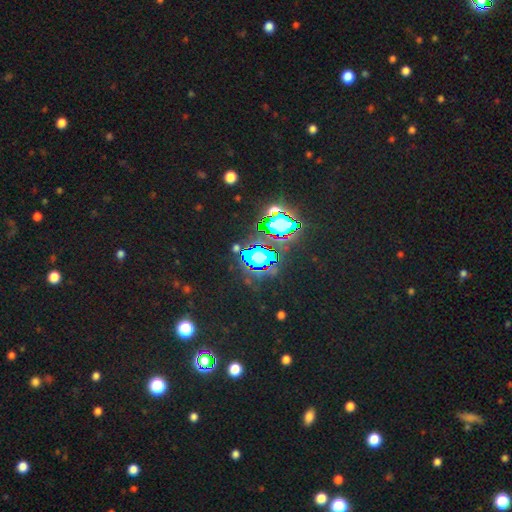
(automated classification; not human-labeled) This is likely a star or artifact rather than a galaxy (74%).